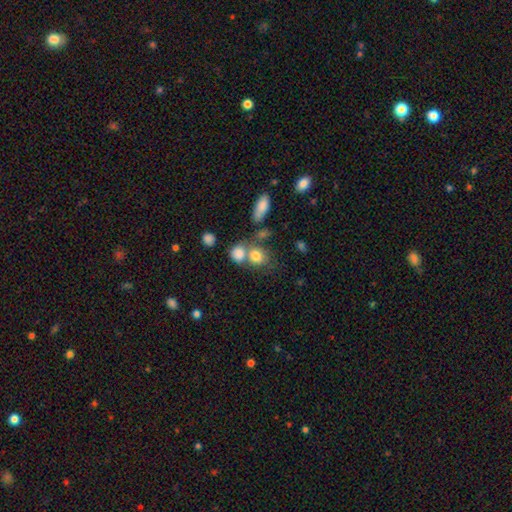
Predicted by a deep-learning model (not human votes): Q: Smooth or featured?
A: smooth (79%); runner-up: featured or disk (11%)
Q: How rounded?
A: round (59%); runner-up: in between (40%)
Q: Merging?
A: merger (41%); tied with: none (41%)